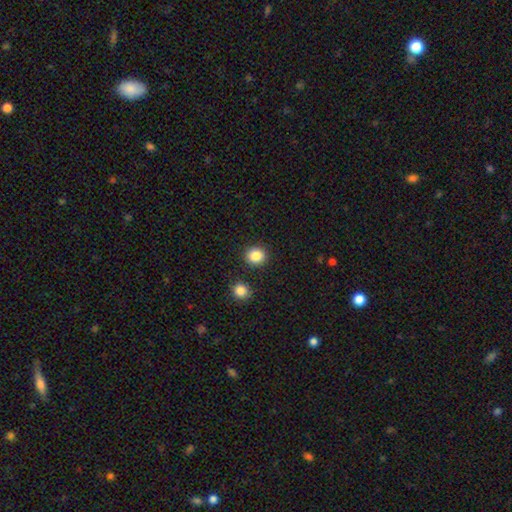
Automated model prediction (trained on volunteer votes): Q: Smooth or featured?
A: smooth (86%); runner-up: star or artifact (10%)
Q: How rounded?
A: round (86%); runner-up: in between (13%)
Q: Merging?
A: none (89%); runner-up: minor disturbance (6%)